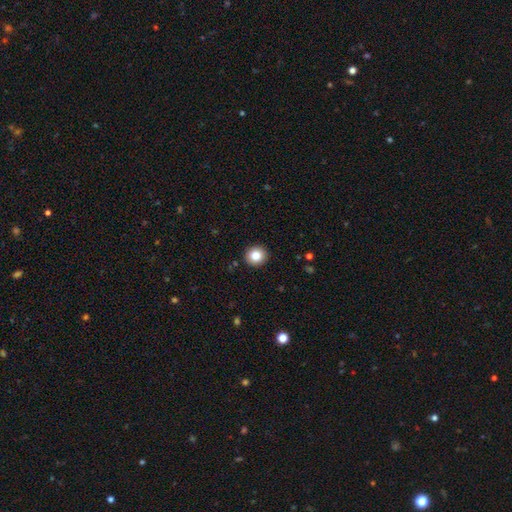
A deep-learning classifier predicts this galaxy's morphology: Smooth or featured?
  - smooth: 83% *
  - star or artifact: 10%
  - featured or disk: 7%
How rounded?
  - round: 89% *
  - in between: 10%
  - cigar-shaped: 1%
Merging?
  - none: 92% *
  - minor disturbance: 5%
  - major disturbance: 2%
  - merger: 1%